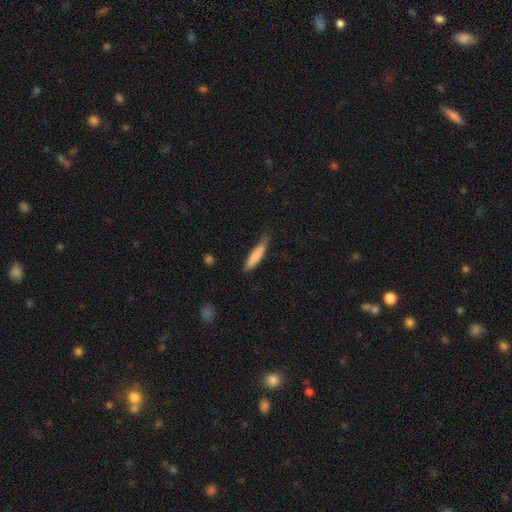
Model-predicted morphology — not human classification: smooth-or-featured: smooth: 80% | featured or disk: 14% | star or artifact: 6%
  how-rounded: cigar-shaped: 81% | in between: 18% | round: 1%
  merging: none: 64% | minor disturbance: 29% | major disturbance: 5% | merger: 2%